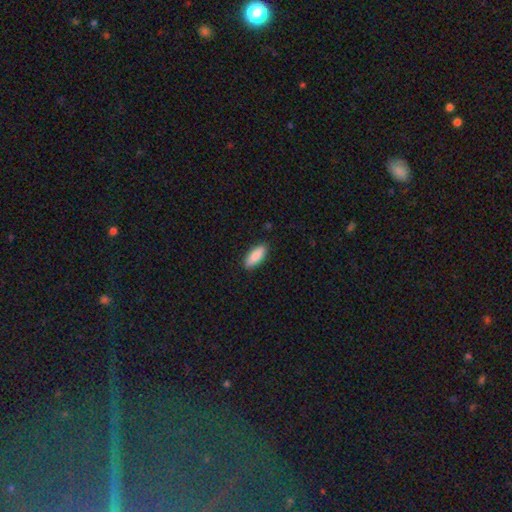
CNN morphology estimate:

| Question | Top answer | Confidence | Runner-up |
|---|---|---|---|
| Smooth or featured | smooth | 89% | featured or disk (6%) |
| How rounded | in between | 76% | cigar-shaped (22%) |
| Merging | none | 89% | minor disturbance (8%) |